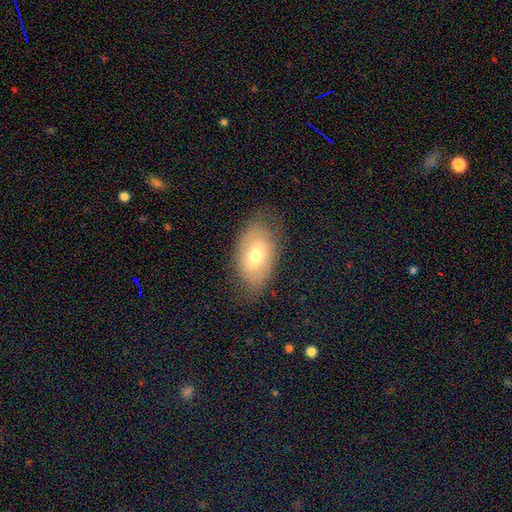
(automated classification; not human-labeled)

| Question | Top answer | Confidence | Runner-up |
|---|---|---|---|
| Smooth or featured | smooth | 47% | featured or disk (43%) |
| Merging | none | 75% | minor disturbance (18%) |